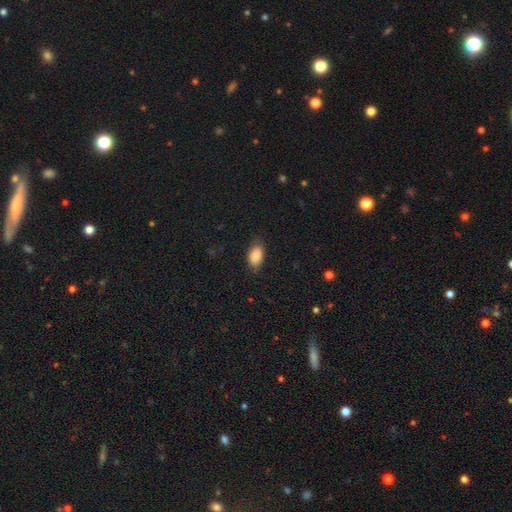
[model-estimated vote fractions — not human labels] smooth_or_featured: smooth (p=0.84) [alt: featured or disk p=0.08]
how_rounded: in between (p=0.91) [alt: round p=0.06]
merging: none (p=0.76) [alt: minor disturbance p=0.19]